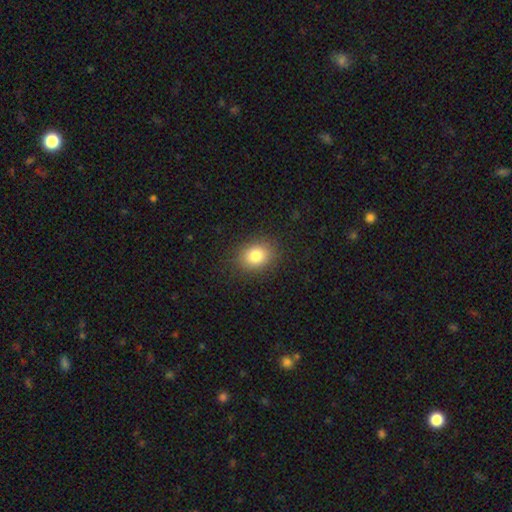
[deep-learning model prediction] Morphology: type=smooth (82%); roundness=in between (53%); merging=none (88%).